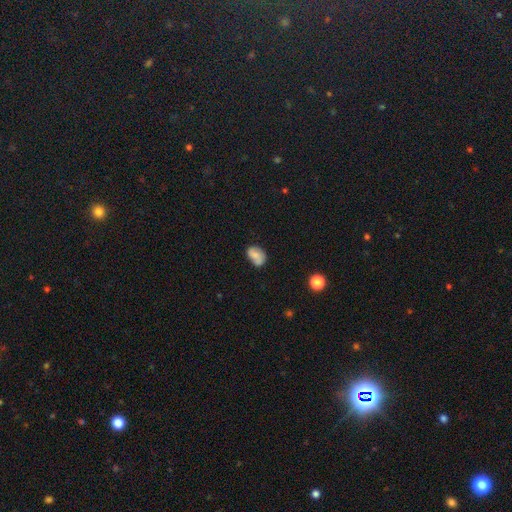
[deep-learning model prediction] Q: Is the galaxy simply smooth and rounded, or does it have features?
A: smooth — 66%.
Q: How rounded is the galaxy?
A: in between — 80%.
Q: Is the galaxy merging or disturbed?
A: none — 52%.